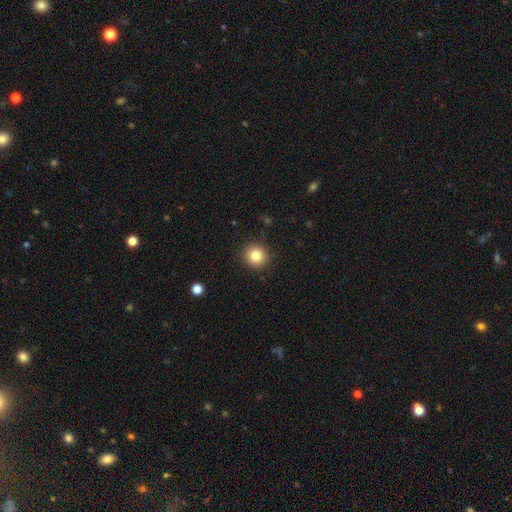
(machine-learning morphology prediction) Q: Smooth or featured?
A: smooth (83%); runner-up: star or artifact (11%)
Q: How rounded?
A: round (92%); runner-up: in between (7%)
Q: Merging?
A: none (90%); runner-up: minor disturbance (6%)